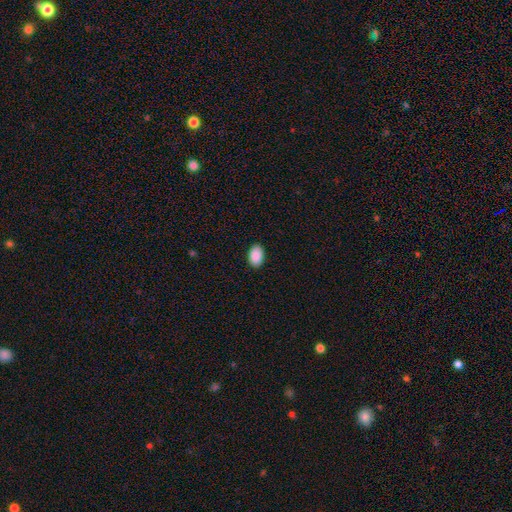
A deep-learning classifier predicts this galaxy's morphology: Smooth or featured?
  - smooth: 91% *
  - star or artifact: 7%
  - featured or disk: 3%
How rounded?
  - in between: 92% *
  - round: 7%
  - cigar-shaped: 1%
Merging?
  - none: 90% *
  - minor disturbance: 8%
  - major disturbance: 2%
  - merger: 1%